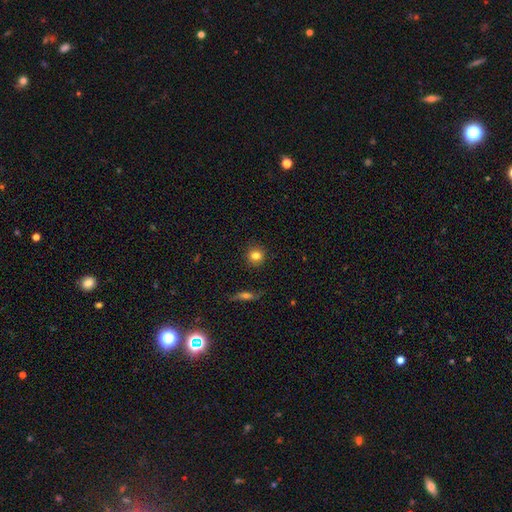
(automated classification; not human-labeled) A smooth galaxy with no disk features (81%) that is round (90%).

Vote fractions:
- Smooth or featured? smooth: 81% / star or artifact: 12% / featured or disk: 7%
- How rounded? round: 90% / in between: 9% / cigar-shaped: 1%
- Merging? none: 90% / minor disturbance: 7% / major disturbance: 2% / merger: 1%